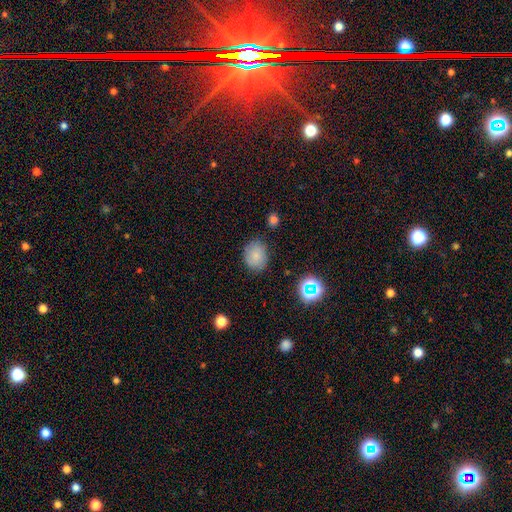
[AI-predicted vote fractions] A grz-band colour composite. It shows a smooth galaxy with no disk features (79%) that is round (53%). Merging: none (79%).